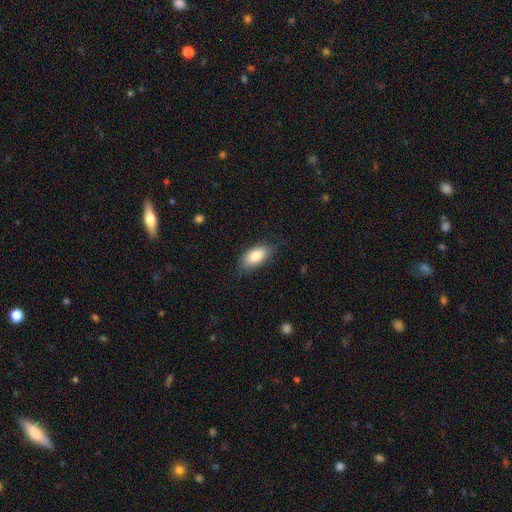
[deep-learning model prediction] A smooth galaxy with no disk features (82%) that is in between round and cigar-shaped (90%).

Vote fractions:
- Smooth or featured? smooth: 82% / featured or disk: 11% / star or artifact: 7%
- How rounded? in between: 90% / cigar-shaped: 7% / round: 4%
- Merging? none: 76% / minor disturbance: 18% / major disturbance: 4% / merger: 1%